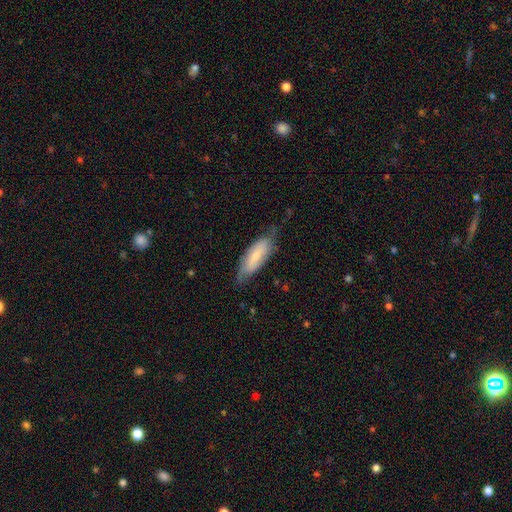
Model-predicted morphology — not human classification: Overall: smooth (52%; featured or disk 42%). How rounded: in between (63%; cigar-shaped 35%). Merging: none (61%; minor disturbance 29%).